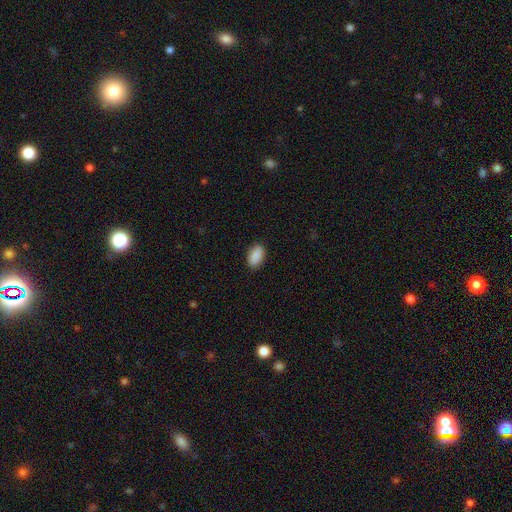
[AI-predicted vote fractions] A smooth galaxy with no disk features (90%) that is in between round and cigar-shaped (93%).

Vote fractions:
- Smooth or featured? smooth: 90% / star or artifact: 7% / featured or disk: 3%
- How rounded? in between: 93% / round: 5% / cigar-shaped: 2%
- Merging? none: 88% / minor disturbance: 9% / major disturbance: 2% / merger: 1%